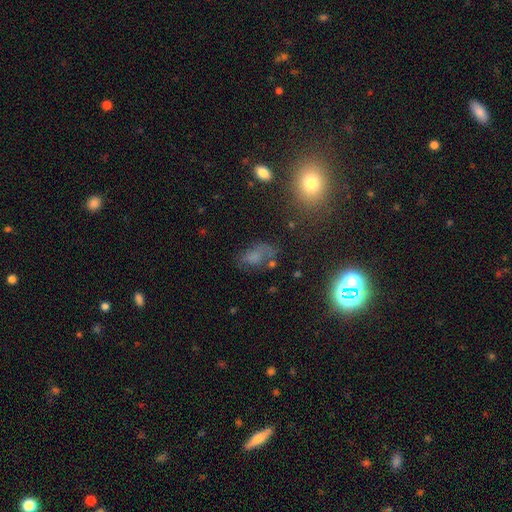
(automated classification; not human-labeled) Morphology: type=smooth (53%); roundness=in between (81%); merging=none (46%).